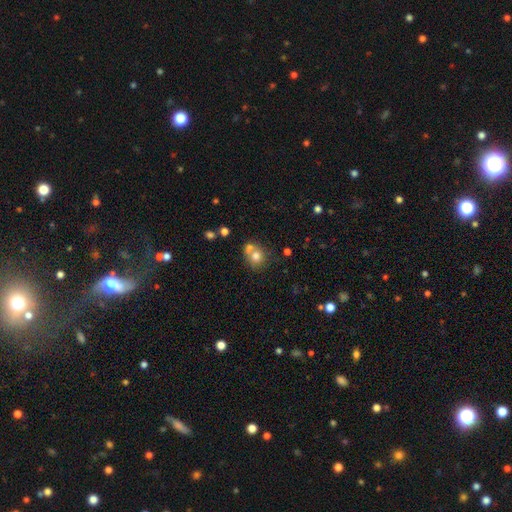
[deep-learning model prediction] smooth 73%, featured or disk 16%, star or artifact 11%. Down the decision tree: how rounded — round (75%); merging — merger (43%).